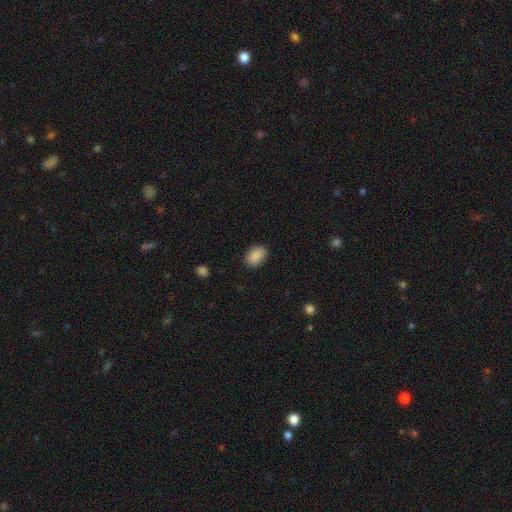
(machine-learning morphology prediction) A smooth galaxy with no disk features (89%) that is in between round and cigar-shaped (78%).

Vote fractions:
- Smooth or featured? smooth: 89% / star or artifact: 7% / featured or disk: 4%
- How rounded? in between: 78% / round: 21% / cigar-shaped: 1%
- Merging? none: 86% / minor disturbance: 11% / major disturbance: 3% / merger: 1%